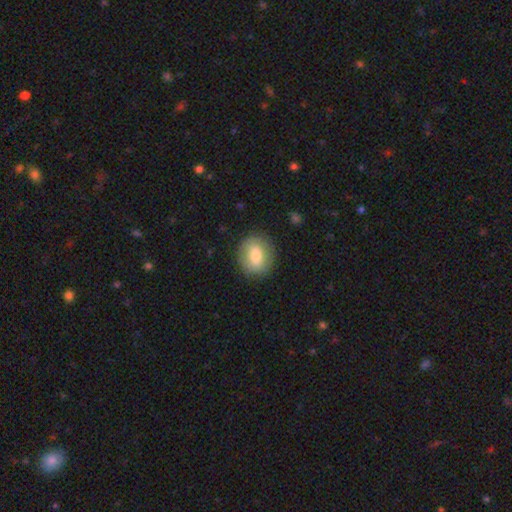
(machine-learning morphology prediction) This is likely a smooth galaxy (74%). How rounded: likely round (69%). Merging: clearly none (85%).